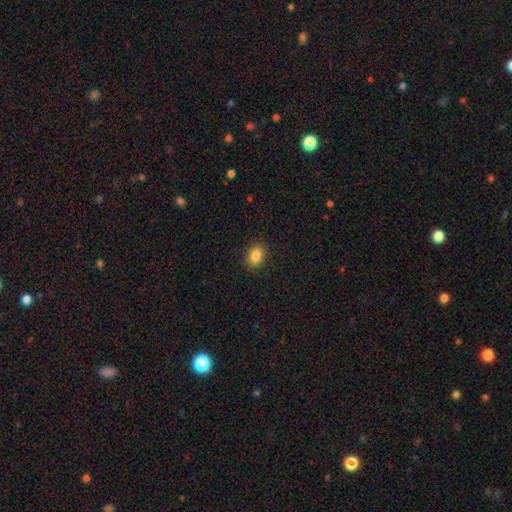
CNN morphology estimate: Smooth or featured? Predicted: smooth (p=0.87). How rounded? Predicted: in between (p=0.73). Merging? Predicted: none (p=0.89).